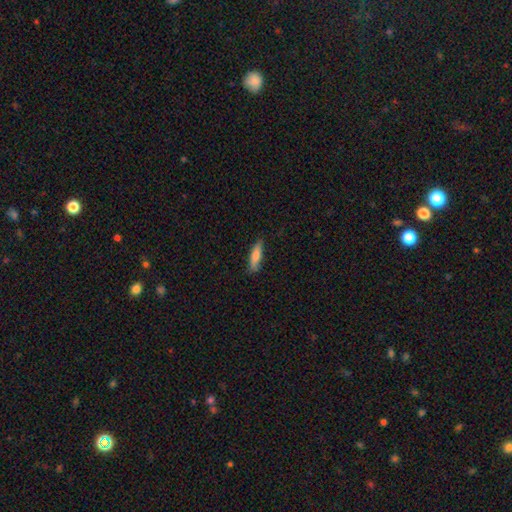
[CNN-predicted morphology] smooth-or-featured: smooth: 78% | featured or disk: 16% | star or artifact: 6%
  how-rounded: cigar-shaped: 70% | in between: 28% | round: 2%
  merging: none: 83% | minor disturbance: 14% | major disturbance: 2% | merger: 1%